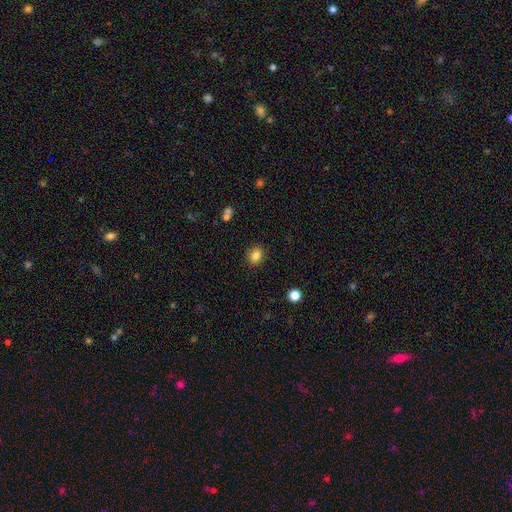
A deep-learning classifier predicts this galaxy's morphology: Smooth or featured? smooth (84%)
How rounded? round (62%)
Merging? none (89%)